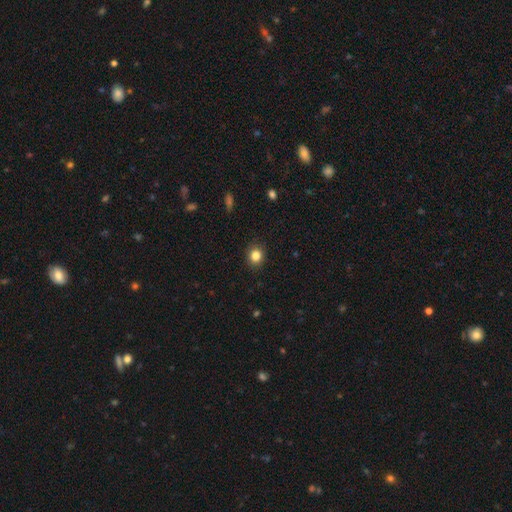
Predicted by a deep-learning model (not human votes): This is clearly a smooth galaxy (84%). How rounded: likely round (75%). Merging: clearly none (89%).